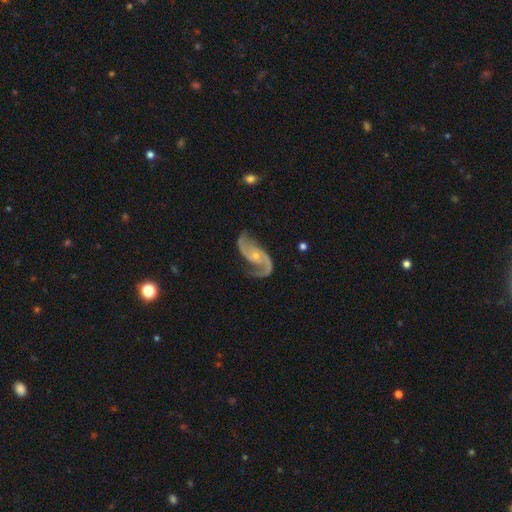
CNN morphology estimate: Smooth or featured? featured or disk (92%)
Edge-on disk? no (97%)
Bar? no (63%)
Spiral arms? yes (98%)
Spiral winding? loose (45%)
Spiral arm count? 2 (93%)
Bulge size? small (71%)
Merging? none (71%)